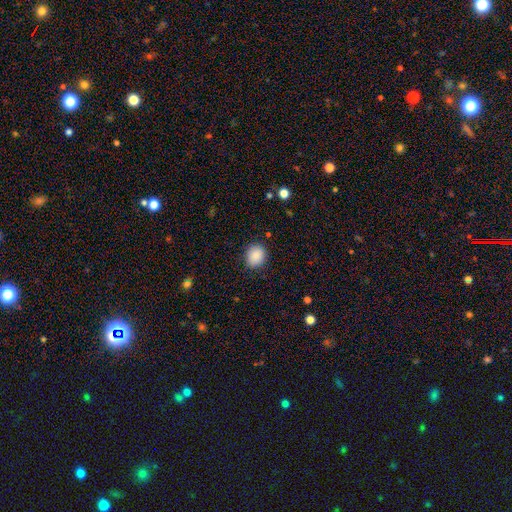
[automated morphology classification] Smooth or featured: smooth — 88% (star or artifact — 8%)
How rounded: round — 67% (in between — 32%)
Merging: none — 86% (minor disturbance — 10%)